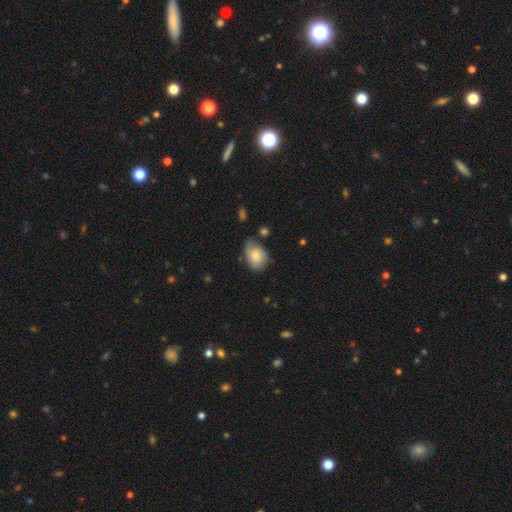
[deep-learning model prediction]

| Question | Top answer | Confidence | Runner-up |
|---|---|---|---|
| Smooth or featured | smooth | 79% | featured or disk (14%) |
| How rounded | in between | 76% | round (23%) |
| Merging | none | 52% | minor disturbance (35%) |